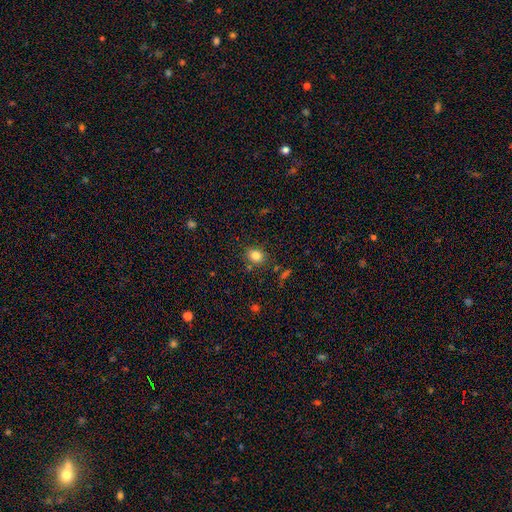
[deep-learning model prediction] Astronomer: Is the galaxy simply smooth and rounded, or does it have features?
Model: smooth — 82%.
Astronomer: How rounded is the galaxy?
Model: round — 62% (runner-up: in between, 37%).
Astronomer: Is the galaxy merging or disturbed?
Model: none — 81%.